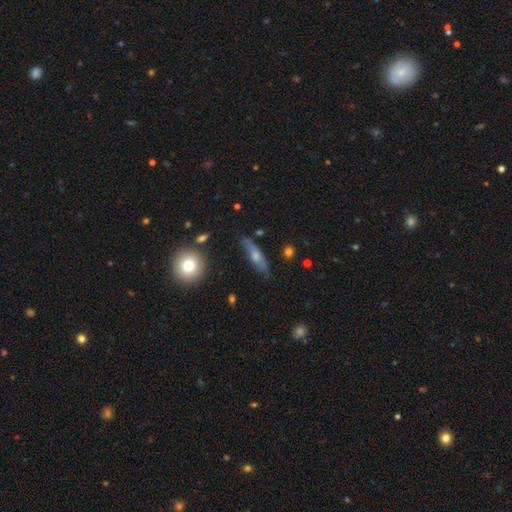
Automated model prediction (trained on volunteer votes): This appears to be a smooth galaxy with no disk features (52%) that is cigar-shaped (62%). Merging: none (75%).